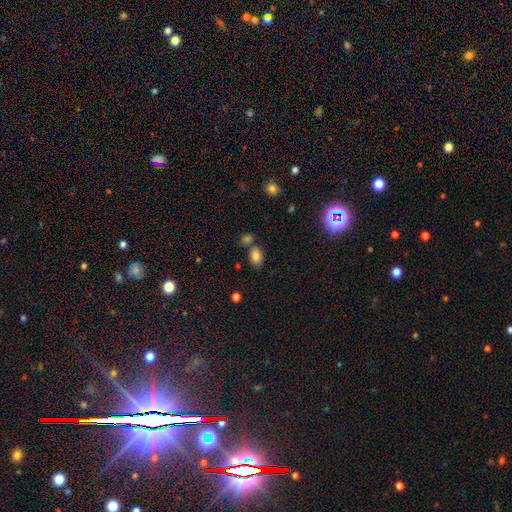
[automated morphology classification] This is clearly a smooth galaxy (82%). How rounded: clearly in between (85%). Merging: likely none (63%).